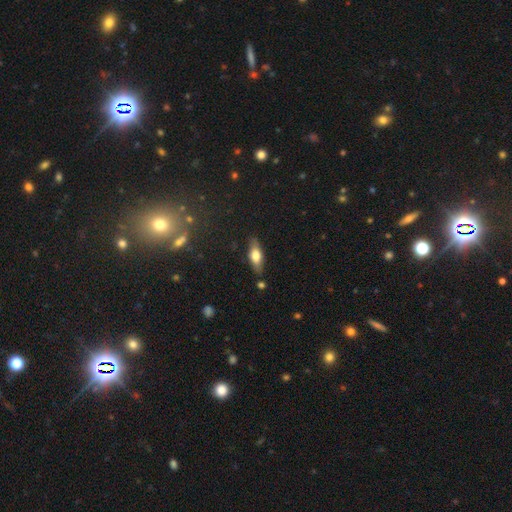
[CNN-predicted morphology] Overall: smooth (64%; featured or disk 29%). How rounded: in between (68%; cigar-shaped 29%). Merging: none (81%).